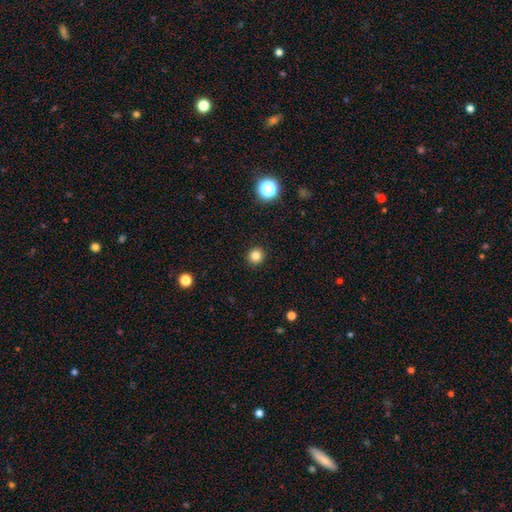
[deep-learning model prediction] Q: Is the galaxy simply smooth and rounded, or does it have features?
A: smooth — 82%.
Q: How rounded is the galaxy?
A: round — 94%.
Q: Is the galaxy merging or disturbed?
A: none — 93%.